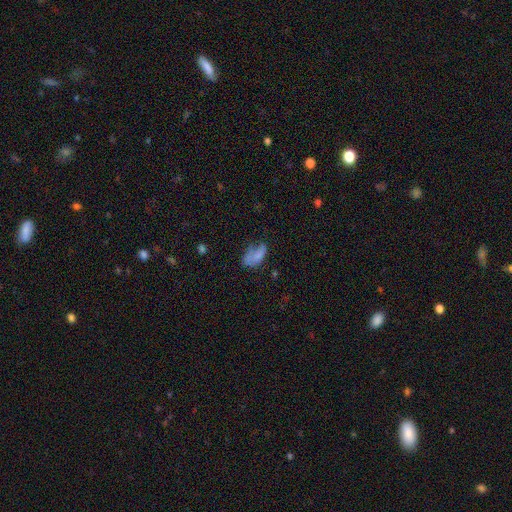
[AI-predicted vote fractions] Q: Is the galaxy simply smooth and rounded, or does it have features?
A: smooth — 67%.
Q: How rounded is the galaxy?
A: in between — 89%.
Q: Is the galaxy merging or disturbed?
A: none — 31%.